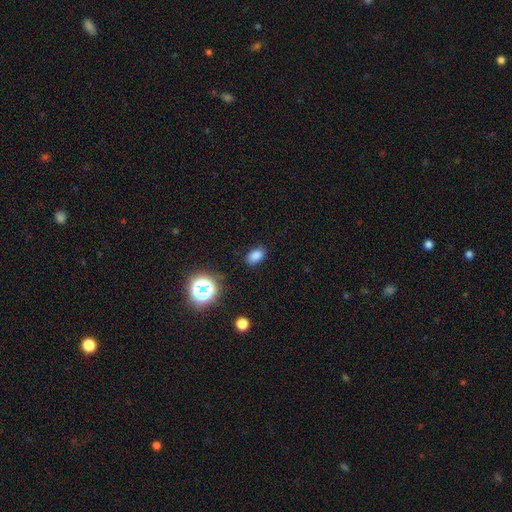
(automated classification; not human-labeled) smooth-or-featured: smooth: 81% | star or artifact: 14% | featured or disk: 5%
  how-rounded: in between: 84% | round: 14% | cigar-shaped: 2%
  merging: none: 85% | minor disturbance: 10% | major disturbance: 3% | merger: 1%